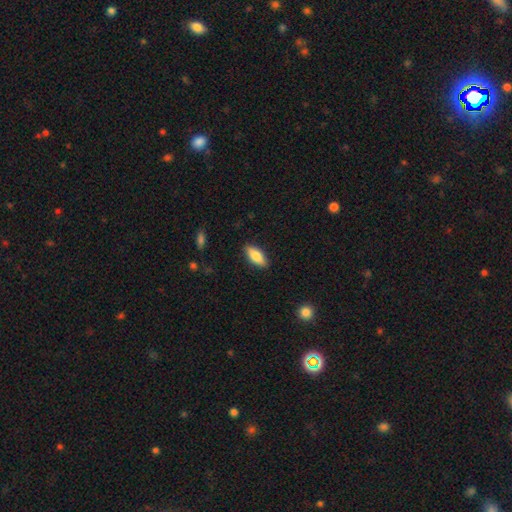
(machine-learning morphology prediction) Smooth or featured? Predicted: smooth (p=0.79). How rounded? Predicted: in between (p=0.78). Merging? Predicted: none (p=0.88).